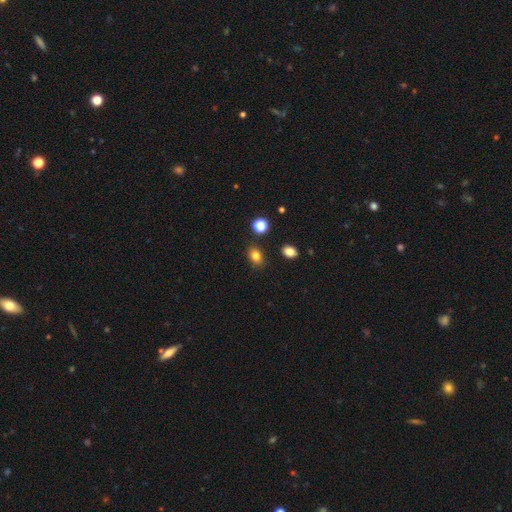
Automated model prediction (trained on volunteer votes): The model was most divided on "how rounded": in between: 63%, round: 36%, cigar-shaped: 1%. More confident: merging — none (85%); smooth or featured — smooth (82%).